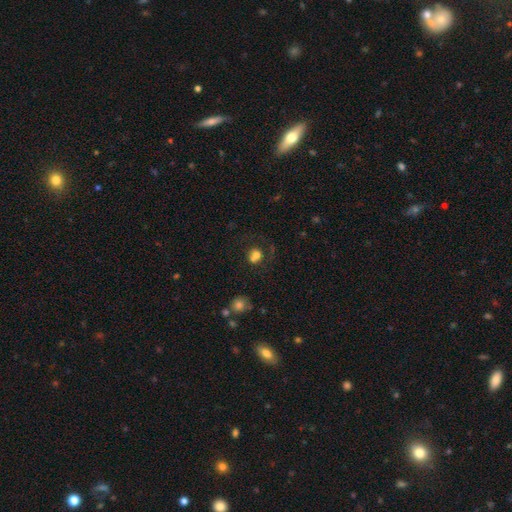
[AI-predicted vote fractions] Smooth or featured: smooth — 70% (featured or disk — 15%)
How rounded: round — 75% (in between — 24%)
Merging: merger — 39% (none — 36%)